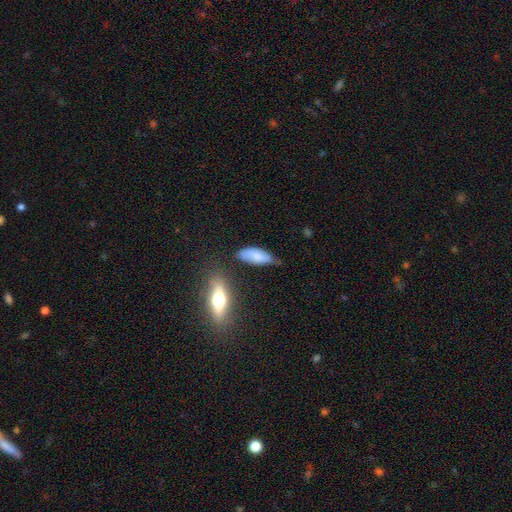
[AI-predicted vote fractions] This is likely a smooth galaxy (74%). How rounded: likely in between (72%). Merging: possibly none (55%).